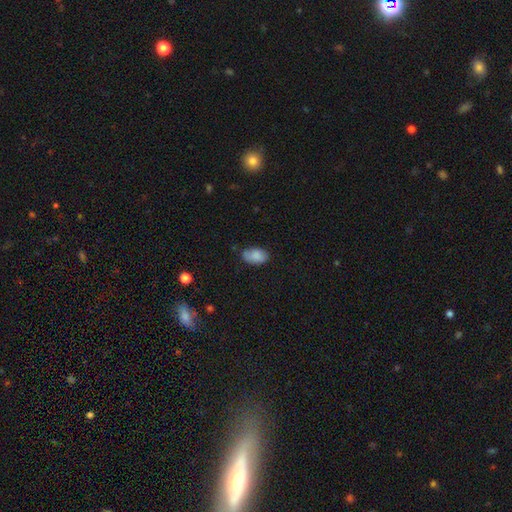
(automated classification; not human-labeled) smooth-or-featured: smooth: 84% | featured or disk: 8% | star or artifact: 7%
  how-rounded: in between: 92% | round: 7% | cigar-shaped: 1%
  merging: none: 67% | minor disturbance: 26% | major disturbance: 5% | merger: 2%